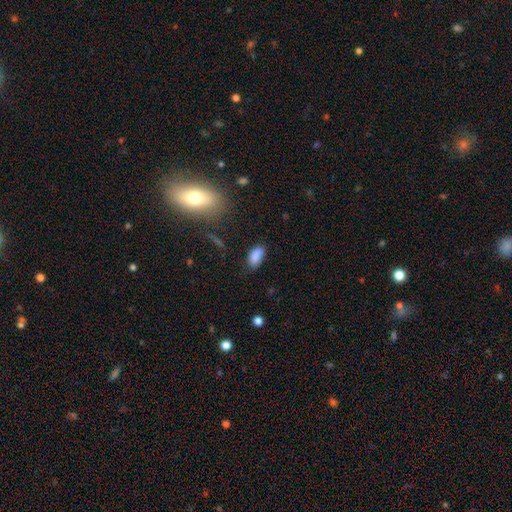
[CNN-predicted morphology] Smooth or featured?
  - smooth: 86% *
  - star or artifact: 9%
  - featured or disk: 5%
How rounded?
  - in between: 92% *
  - cigar-shaped: 4%
  - round: 4%
Merging?
  - none: 72% *
  - minor disturbance: 20%
  - major disturbance: 5%
  - merger: 3%